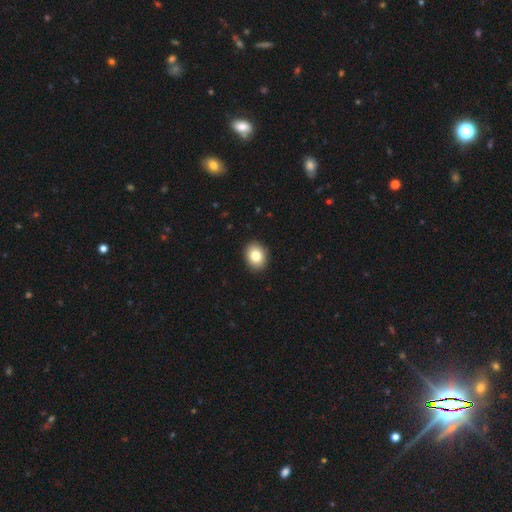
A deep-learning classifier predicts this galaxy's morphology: The model was most divided on "how rounded": in between: 57%, round: 43%, cigar-shaped: 1%. More confident: merging — none (91%); smooth or featured — smooth (83%).